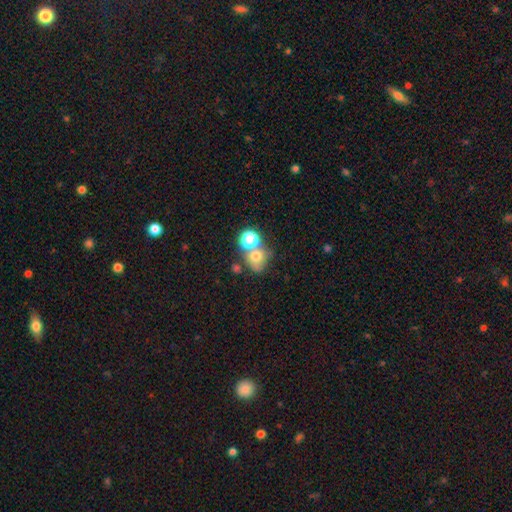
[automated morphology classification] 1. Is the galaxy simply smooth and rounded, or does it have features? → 66% smooth, 18% star or artifact, 16% featured or disk.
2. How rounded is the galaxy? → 68% round, 30% in between, 1% cigar-shaped.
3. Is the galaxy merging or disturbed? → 41% merger, 39% none, 12% minor disturbance, 9% major disturbance.